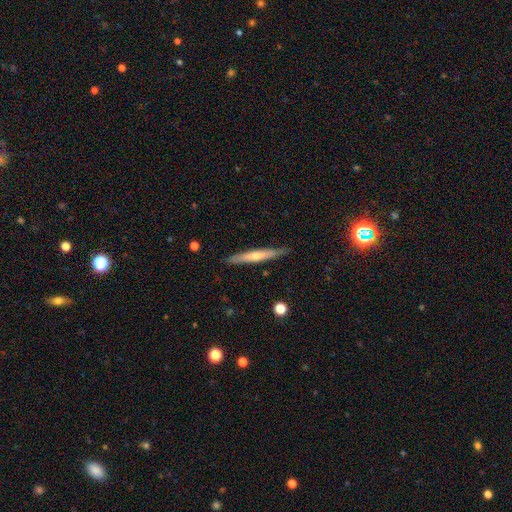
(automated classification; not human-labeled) Smooth or featured: featured or disk — 52% (smooth — 42%)
Edge-on disk: yes — 94% (no — 6%)
Merging: none — 87% (minor disturbance — 10%)